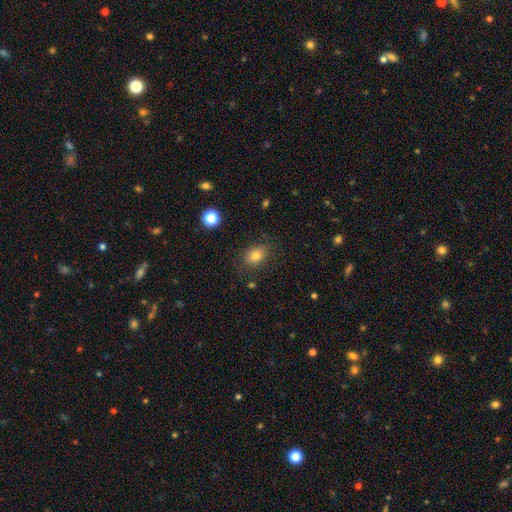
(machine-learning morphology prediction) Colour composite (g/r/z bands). It shows a smooth galaxy with no disk features (80%) that is in between round and cigar-shaped (66%). Merging: none (81%).